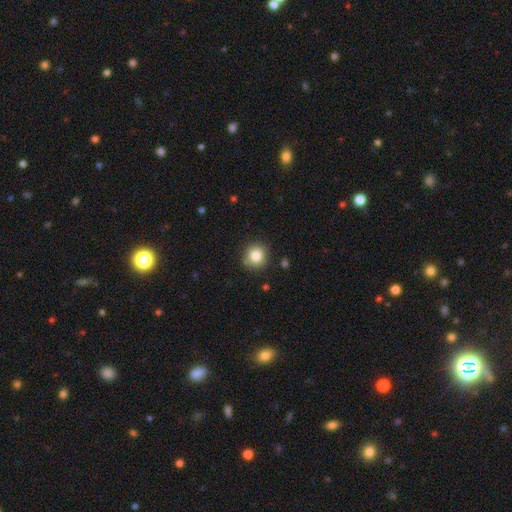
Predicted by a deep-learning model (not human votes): This appears to be a smooth galaxy with no disk features (82%) that is round (92%). Merging: none (84%).